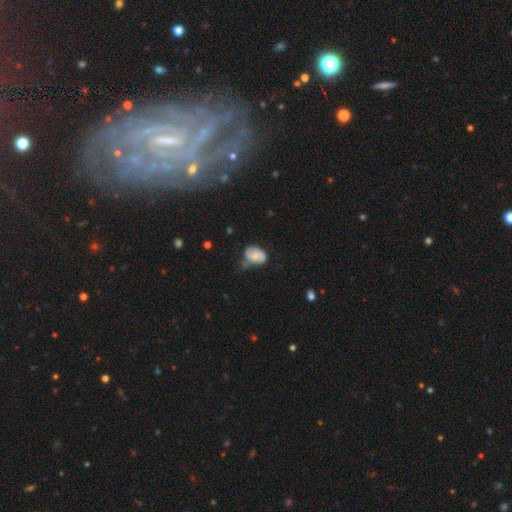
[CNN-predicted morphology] Q: Smooth or featured?
A: smooth (62%); runner-up: featured or disk (30%)
Q: How rounded?
A: in between (77%); runner-up: round (22%)
Q: Merging?
A: minor disturbance (42%); runner-up: none (38%)